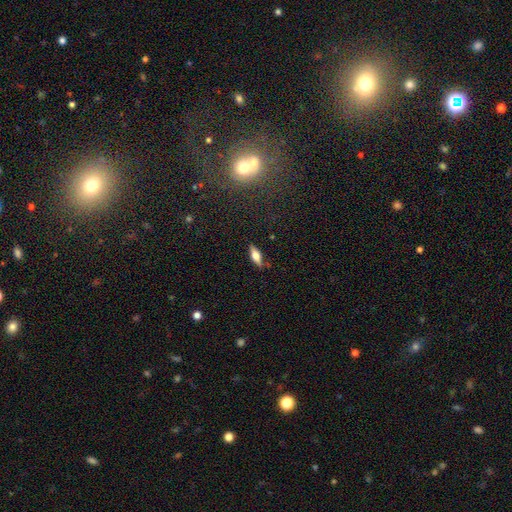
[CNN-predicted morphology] A smooth galaxy with no disk features (49%). Merging: none (86%).